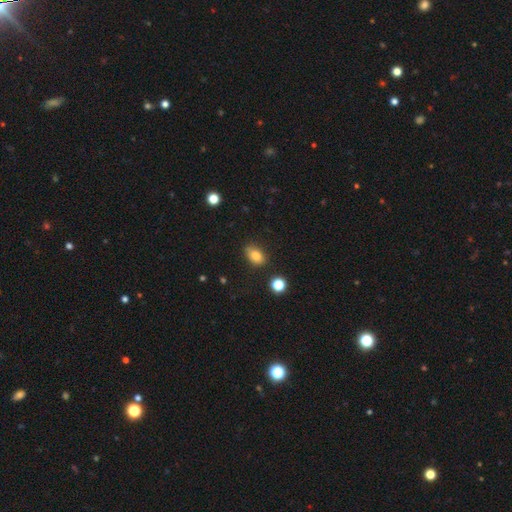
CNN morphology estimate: This is clearly a smooth galaxy (82%). How rounded: clearly in between (80%). Merging: likely none (77%).